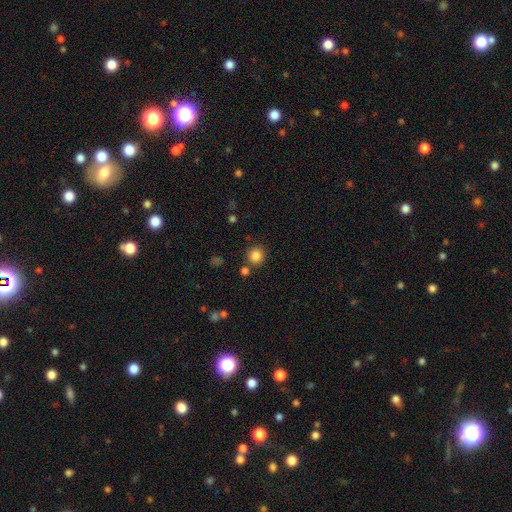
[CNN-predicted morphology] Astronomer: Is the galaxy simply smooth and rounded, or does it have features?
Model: smooth — 85%.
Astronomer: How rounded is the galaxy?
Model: round — 92%.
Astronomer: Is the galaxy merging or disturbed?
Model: none — 82%.